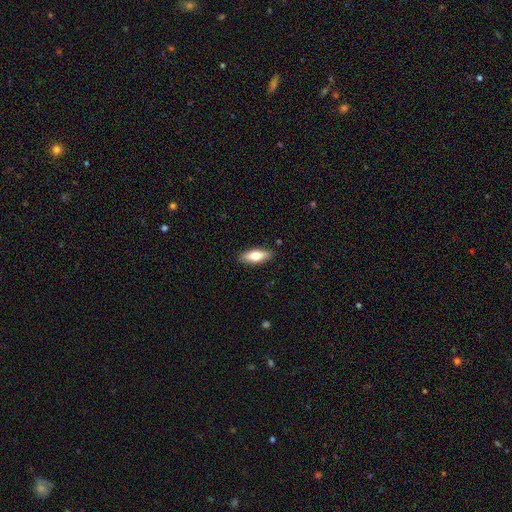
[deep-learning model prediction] Q: Smooth or featured?
A: smooth (67%); runner-up: featured or disk (27%)
Q: How rounded?
A: in between (67%); runner-up: cigar-shaped (31%)
Q: Merging?
A: none (88%); runner-up: minor disturbance (9%)